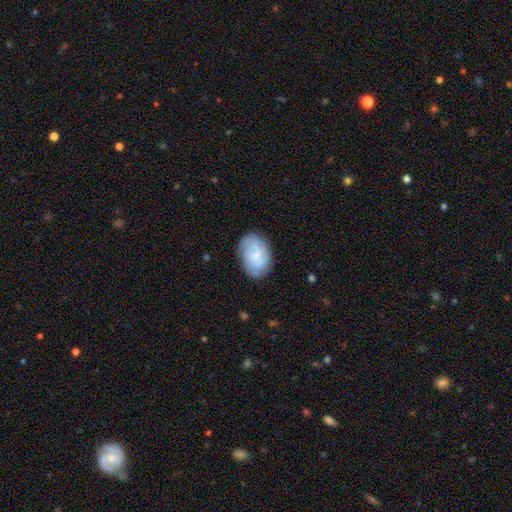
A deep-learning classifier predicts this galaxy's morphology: Smooth or featured? featured or disk (50%)
Merging? none (76%)